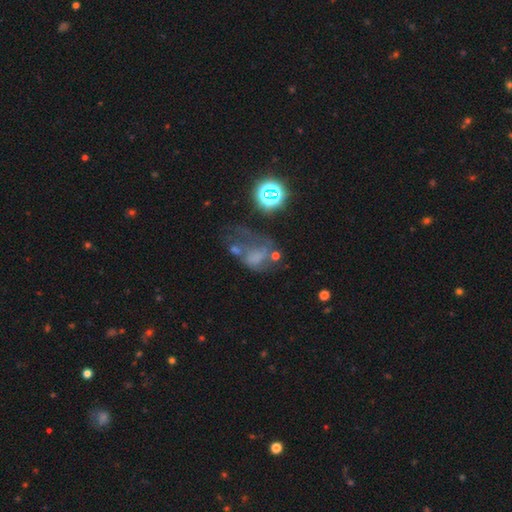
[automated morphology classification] A featured or disk galaxy (40%).

Vote fractions:
- Smooth or featured? featured or disk: 40% / smooth: 34% / star or artifact: 26%
- Merging? major disturbance: 42% / none: 23% / merger: 18% / minor disturbance: 17%